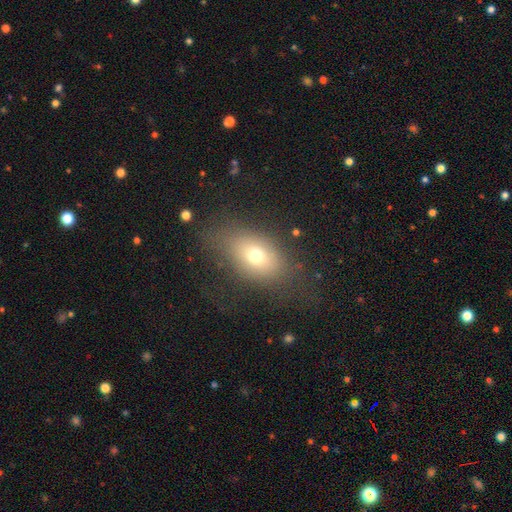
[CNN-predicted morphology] Overall: smooth (69%). How rounded: in between (77%). Merging: none (65%).